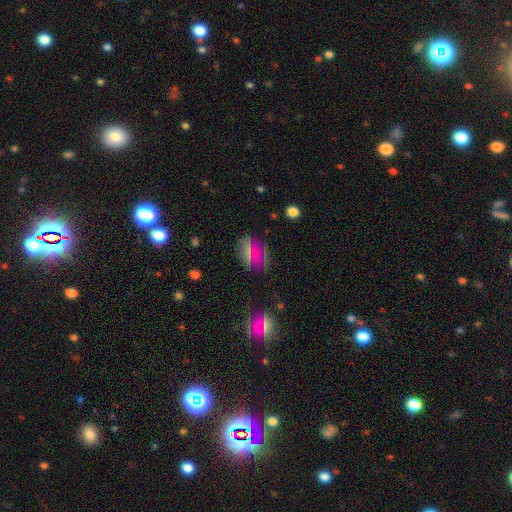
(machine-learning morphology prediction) The model was most divided on "how rounded": in between: 60%, round: 37%, cigar-shaped: 3%. More confident: merging — none (71%); smooth or featured — smooth (58%).